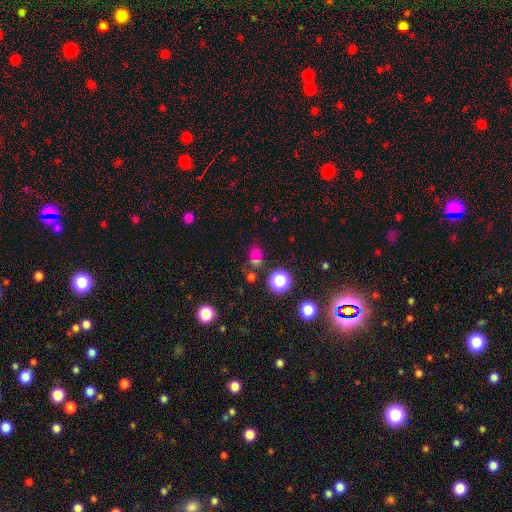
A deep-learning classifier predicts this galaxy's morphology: smooth-or-featured: smooth: 62% | star or artifact: 29% | featured or disk: 9%
  how-rounded: round: 64% | in between: 34% | cigar-shaped: 2%
  merging: none: 59% | merger: 24% | minor disturbance: 12% | major disturbance: 6%